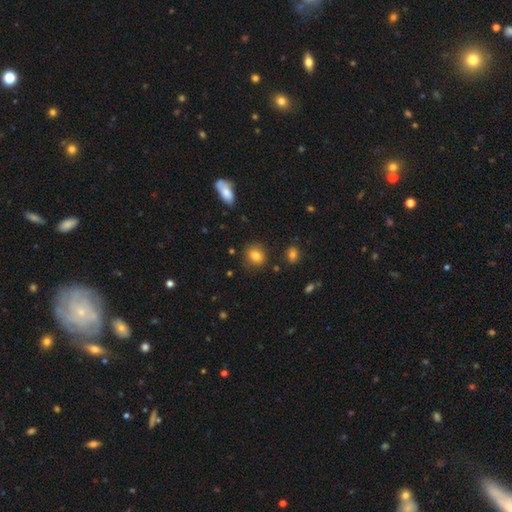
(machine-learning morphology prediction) Smooth or featured? smooth (81%)
How rounded? round (70%)
Merging? none (84%)